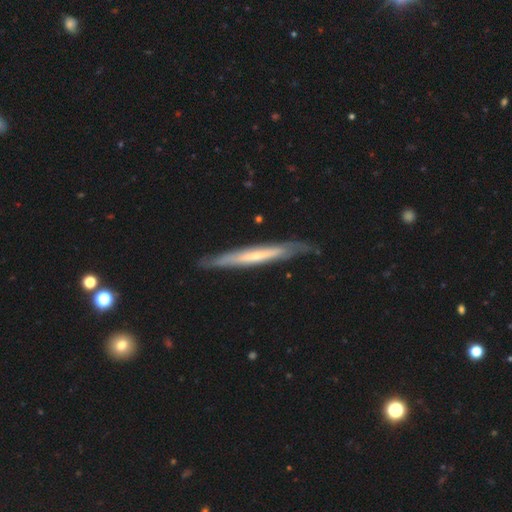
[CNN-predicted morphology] Smooth or featured?
  - featured or disk: 61% *
  - smooth: 34%
  - star or artifact: 5%
Edge-on disk?
  - yes: 86% *
  - no: 14%
Edge-on bulge?
  - none: 62% *
  - rounded: 31%
  - boxy: 7%
Merging?
  - none: 79% *
  - minor disturbance: 16%
  - major disturbance: 3%
  - merger: 2%